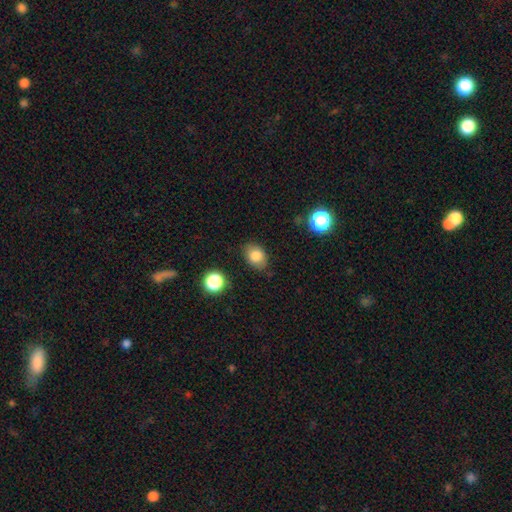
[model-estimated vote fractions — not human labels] Smooth or featured? Predicted: smooth (p=0.82). How rounded? Predicted: in between (p=0.70). Merging? Predicted: none (p=0.78).